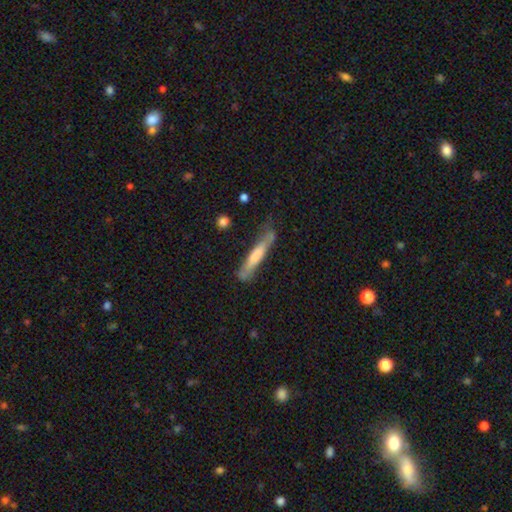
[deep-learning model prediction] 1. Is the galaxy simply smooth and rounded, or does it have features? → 56% smooth, 38% featured or disk, 6% star or artifact.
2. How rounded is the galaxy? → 92% cigar-shaped, 6% in between, 1% round.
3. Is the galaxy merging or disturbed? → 62% none, 25% minor disturbance, 8% major disturbance, 4% merger.